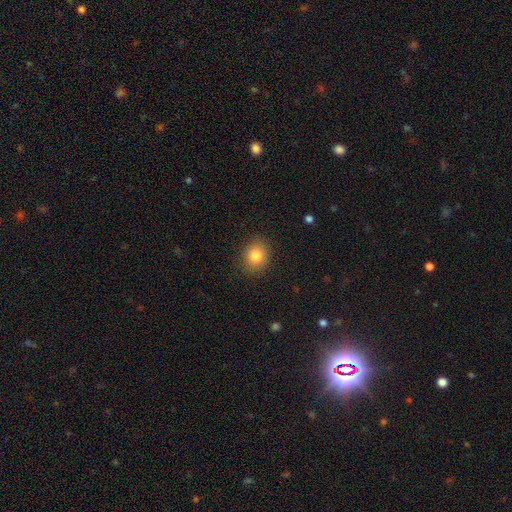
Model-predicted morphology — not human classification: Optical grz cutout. It shows a smooth galaxy with no disk features (83%) that is round (72%). Merging: none (87%).